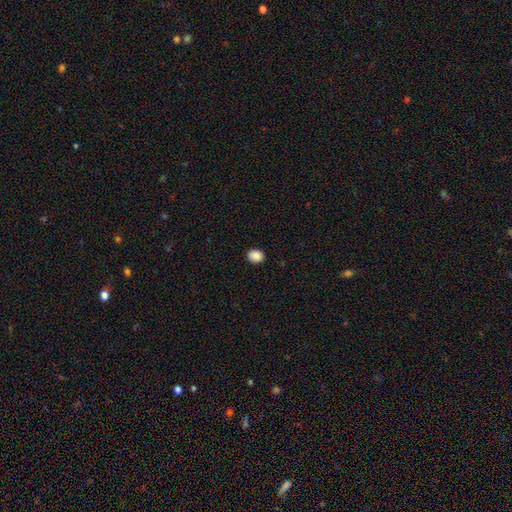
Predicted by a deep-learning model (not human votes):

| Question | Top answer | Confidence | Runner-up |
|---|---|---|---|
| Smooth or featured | smooth | 88% | star or artifact (9%) |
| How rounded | round | 52% | in between (48%) |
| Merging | none | 89% | minor disturbance (8%) |